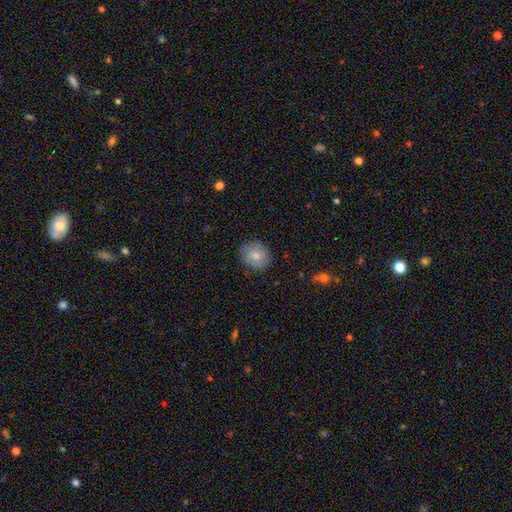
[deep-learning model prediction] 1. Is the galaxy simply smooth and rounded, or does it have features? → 81% smooth, 12% featured or disk, 7% star or artifact.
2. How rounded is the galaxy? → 64% round, 35% in between, 1% cigar-shaped.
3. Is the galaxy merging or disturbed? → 85% none, 11% minor disturbance, 2% major disturbance, 1% merger.